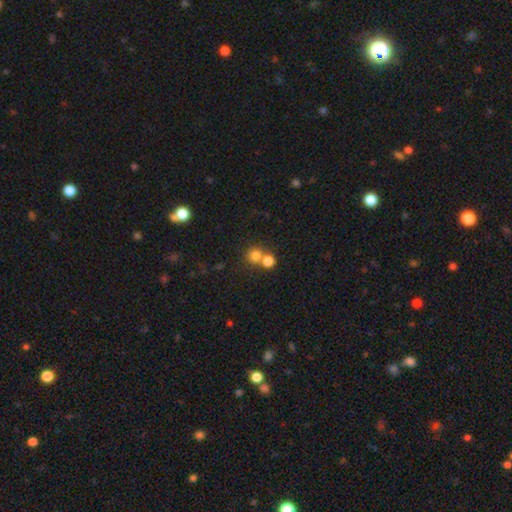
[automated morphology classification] smooth 77%, star or artifact 15%, featured or disk 8%. Down the decision tree: how rounded — round (88%); merging — none (52%).